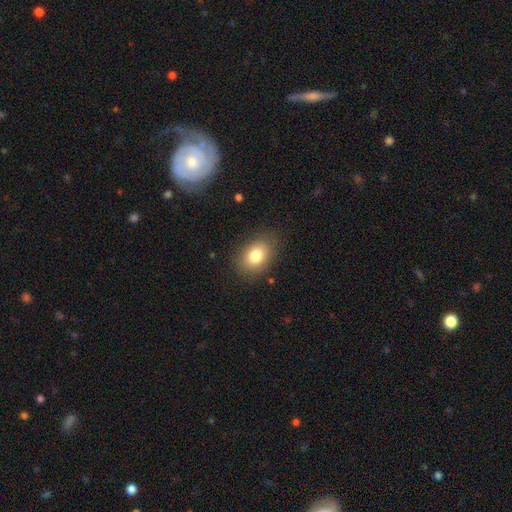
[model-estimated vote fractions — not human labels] smooth 81%, featured or disk 10%, star or artifact 9%. Down the decision tree: how rounded — in between (78%); merging — none (83%).